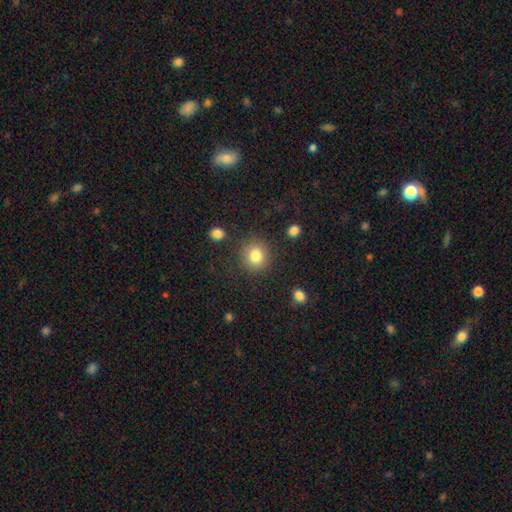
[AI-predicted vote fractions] Smooth or featured: smooth — 83% (star or artifact — 11%)
How rounded: round — 87% (in between — 12%)
Merging: none — 85% (minor disturbance — 9%)